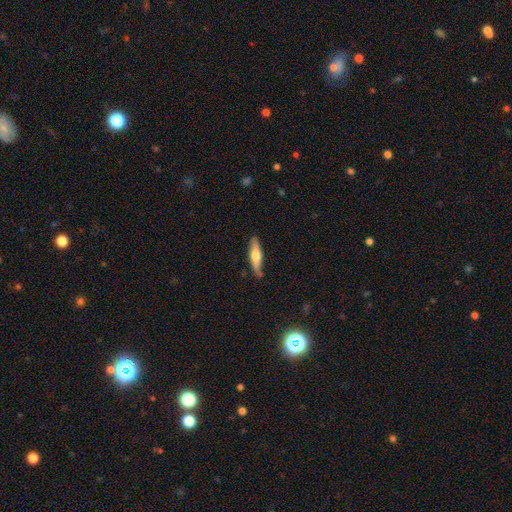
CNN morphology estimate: This is possibly a smooth galaxy (53%). How rounded: likely cigar-shaped (76%). Merging: clearly none (82%).